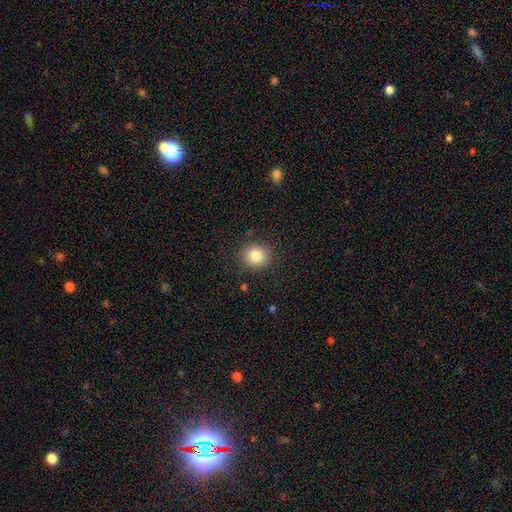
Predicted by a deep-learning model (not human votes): A smooth galaxy with no disk features (84%) that is round (87%). Merging: none (87%).